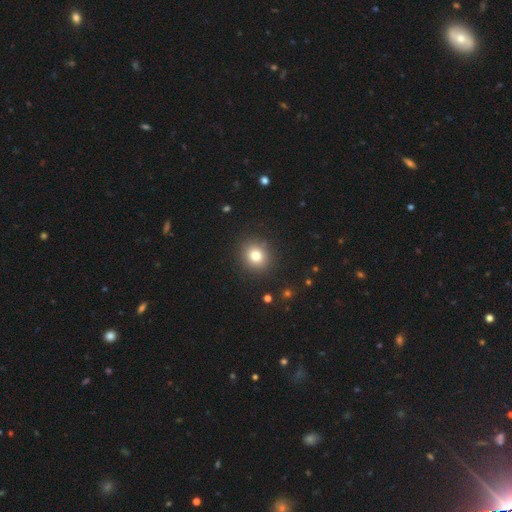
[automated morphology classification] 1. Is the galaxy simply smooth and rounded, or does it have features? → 79% smooth, 13% star or artifact, 8% featured or disk.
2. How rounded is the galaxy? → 82% round, 17% in between, 1% cigar-shaped.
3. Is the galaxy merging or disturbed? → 90% none, 6% minor disturbance, 2% major disturbance, 1% merger.